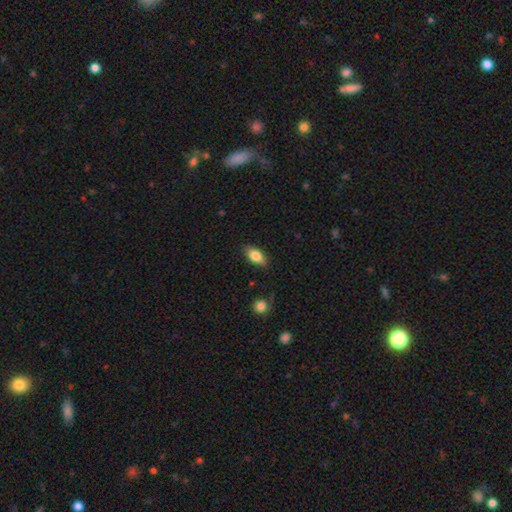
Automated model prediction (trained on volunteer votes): Overall: smooth (80%). How rounded: in between (88%). Merging: none (83%).